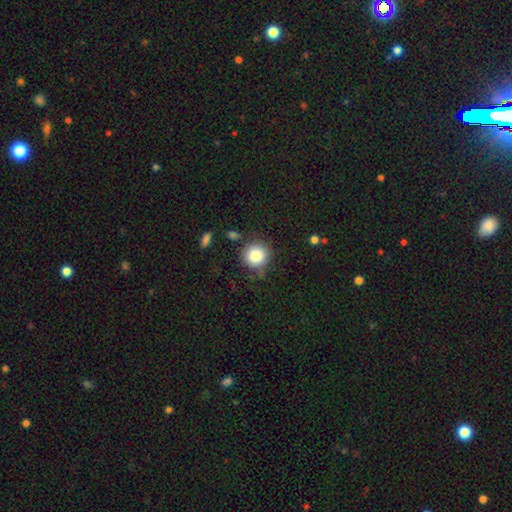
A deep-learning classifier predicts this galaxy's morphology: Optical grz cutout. It shows a smooth galaxy with no disk features (85%) that is round (91%). Merging: none (79%).